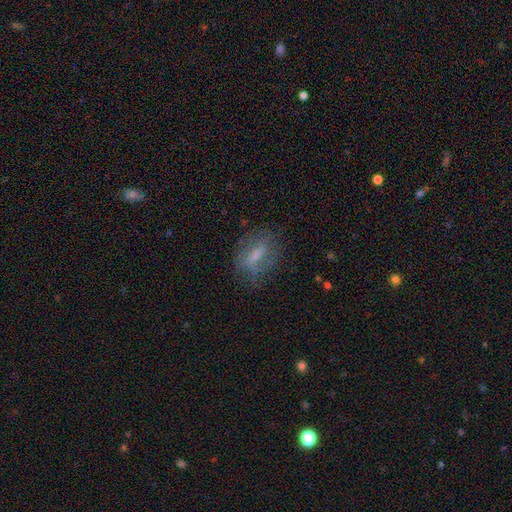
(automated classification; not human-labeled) Smooth or featured? Predicted: smooth (p=0.48). Merging? Predicted: none (p=0.65).